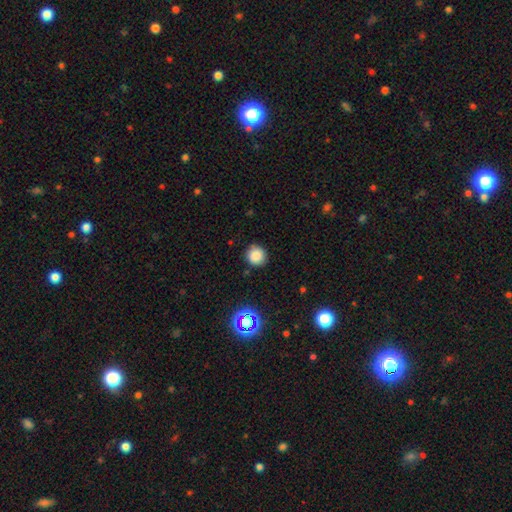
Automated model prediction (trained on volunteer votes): Overall: smooth (81%). How rounded: round (92%). Merging: none (87%).